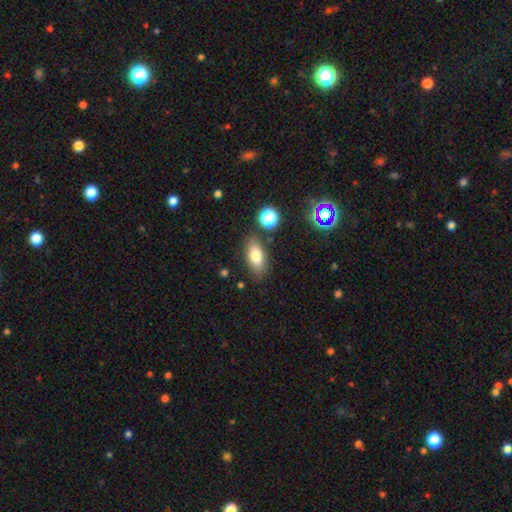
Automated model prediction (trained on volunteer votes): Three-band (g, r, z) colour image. It shows a smooth galaxy with no disk features (77%) that is in between round and cigar-shaped (84%). Merging: none (80%).